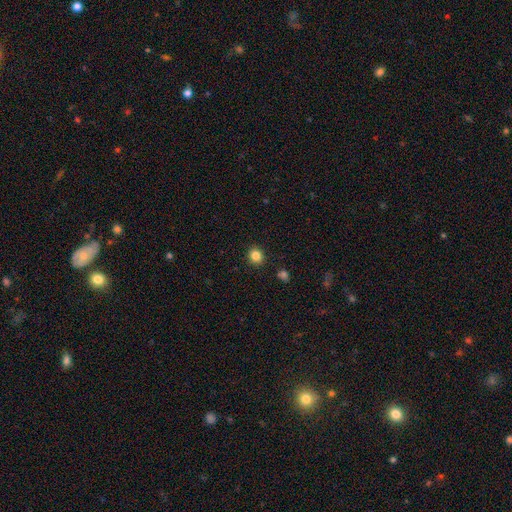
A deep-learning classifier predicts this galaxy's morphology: smooth-or-featured: smooth: 84% | star or artifact: 12% | featured or disk: 5%
  how-rounded: round: 85% | in between: 14% | cigar-shaped: 1%
  merging: none: 91% | minor disturbance: 6% | major disturbance: 2% | merger: 2%